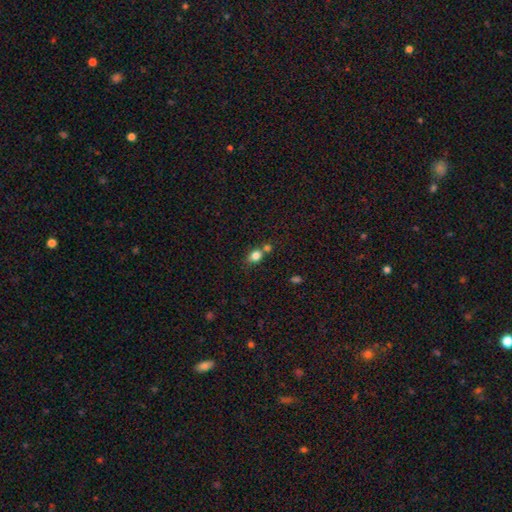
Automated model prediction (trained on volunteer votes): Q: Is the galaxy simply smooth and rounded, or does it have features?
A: smooth — 81%.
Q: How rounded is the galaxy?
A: in between — 54%.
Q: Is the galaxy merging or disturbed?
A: none — 51%.